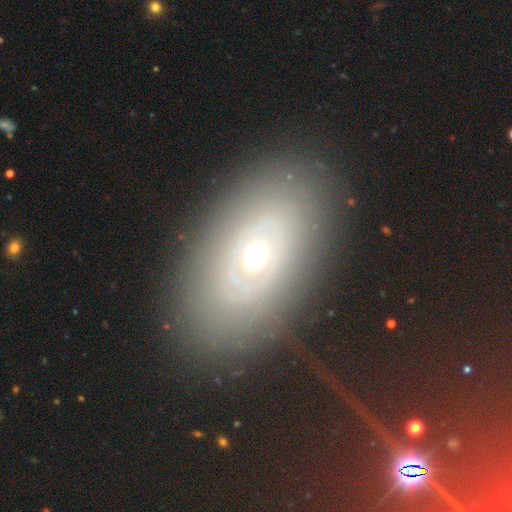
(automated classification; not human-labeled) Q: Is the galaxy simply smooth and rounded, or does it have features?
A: featured or disk — 58%.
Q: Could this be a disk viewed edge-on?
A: no — 90%.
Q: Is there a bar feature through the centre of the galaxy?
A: no — 88%.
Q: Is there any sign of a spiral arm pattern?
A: no — 70%.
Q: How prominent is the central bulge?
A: moderate — 50%.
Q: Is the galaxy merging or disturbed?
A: none — 84%.